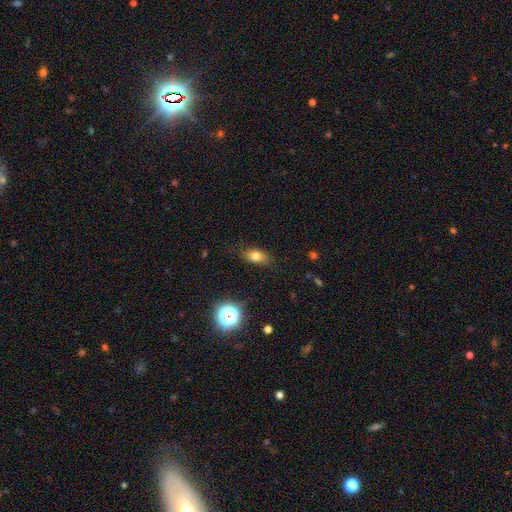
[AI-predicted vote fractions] smooth_or_featured: smooth (p=0.73) [alt: featured or disk p=0.15]
how_rounded: in between (p=0.80) [alt: round p=0.12]
merging: none (p=0.83) [alt: minor disturbance p=0.13]